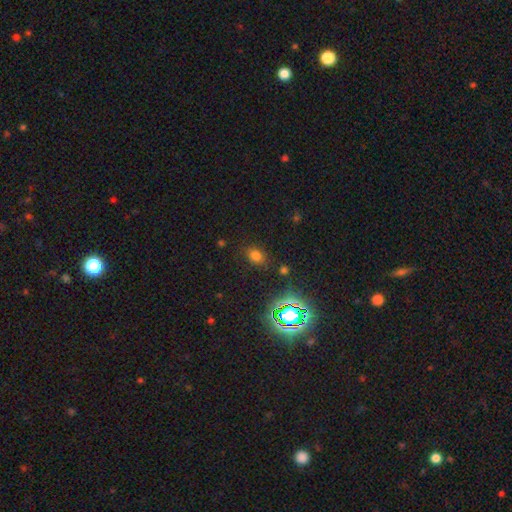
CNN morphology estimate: smooth 67%, star or artifact 26%, featured or disk 7%. Down the decision tree: how rounded — in between (58%); merging — none (82%).